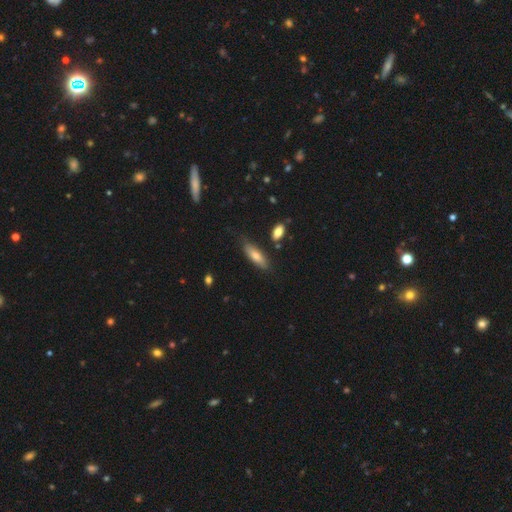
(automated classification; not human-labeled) Smooth or featured: smooth — 68% (featured or disk — 25%)
How rounded: in between — 52% (cigar-shaped — 45%)
Merging: none — 73% (minor disturbance — 19%)